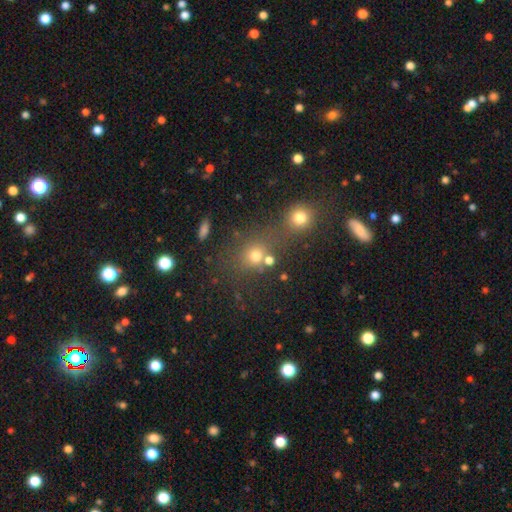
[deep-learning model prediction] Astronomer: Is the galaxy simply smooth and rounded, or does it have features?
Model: smooth — 70%.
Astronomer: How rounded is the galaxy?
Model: round — 78%.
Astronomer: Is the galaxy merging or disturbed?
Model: none — 54% (runner-up: merger, 32%).